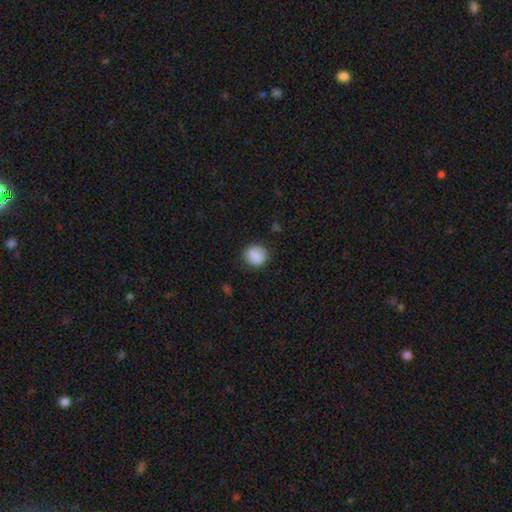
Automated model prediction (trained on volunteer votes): A smooth galaxy with no disk features (88%) that is round (86%). Merging: none (85%).